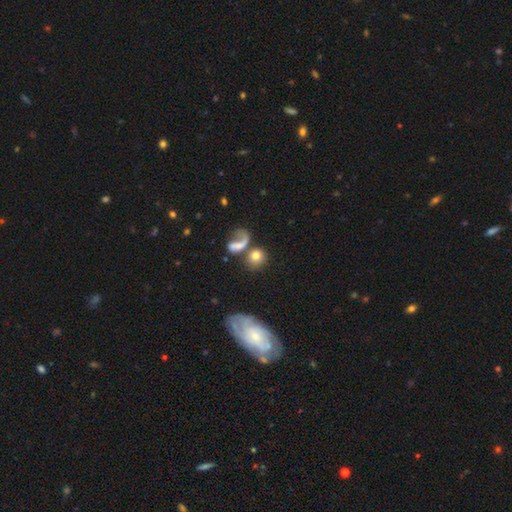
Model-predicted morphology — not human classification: smooth 71%, featured or disk 19%, star or artifact 11%. Down the decision tree: how rounded — round (79%); merging — none (46%).